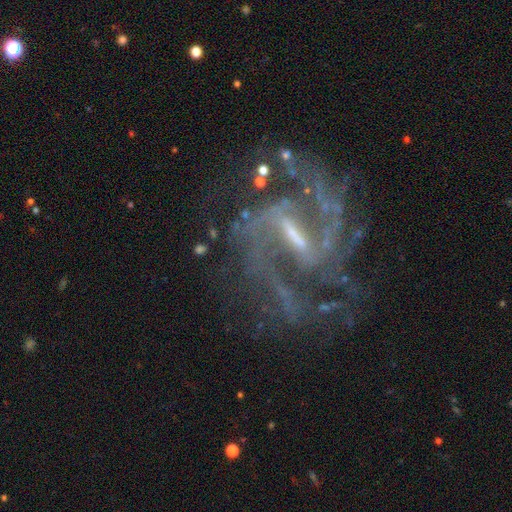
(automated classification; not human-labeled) Overall: featured or disk (90%). Edge-on disk: no (97%). Bar: strong (51%; weak 40%). Spiral arms: yes (96%). Spiral arm count: 2 (53%; can't tell 15%). Spiral winding: medium (54%; loose 24%). Bulge size: small (51%; moderate 25%). Merging: none (62%).